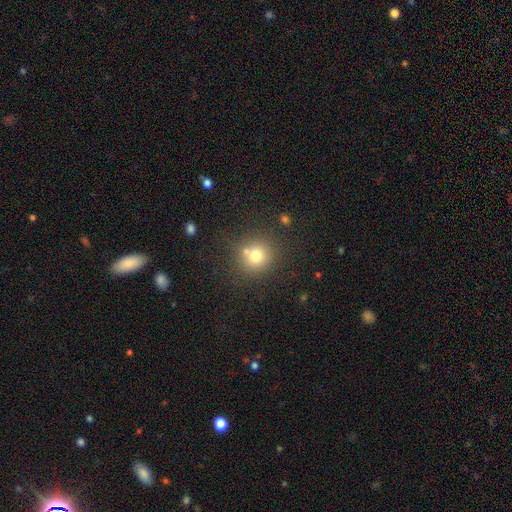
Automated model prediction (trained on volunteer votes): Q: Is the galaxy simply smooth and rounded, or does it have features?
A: smooth — 74%.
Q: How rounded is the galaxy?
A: round — 91%.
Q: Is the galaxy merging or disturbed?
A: none — 69%.